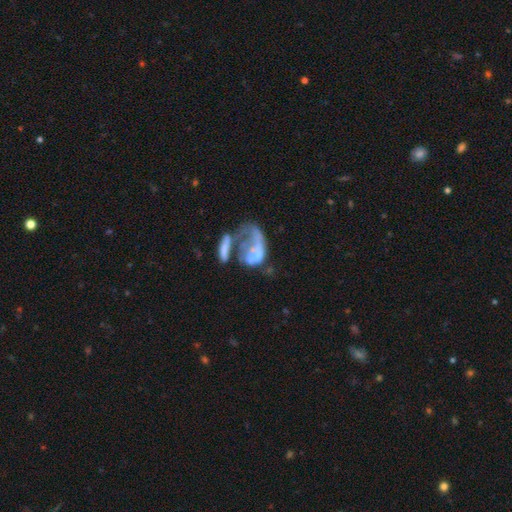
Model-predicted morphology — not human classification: smooth_or_featured: featured or disk (p=0.56) [alt: smooth p=0.33]
disk_edge_on: no (p=0.97) [alt: yes p=0.03]
bar: no (p=0.85) [alt: weak p=0.11]
has_spiral_arms: no (p=0.73) [alt: yes p=0.27]
bulge_size: none (p=0.68) [alt: small p=0.16]
merging: major disturbance (p=0.43) [alt: merger p=0.36]